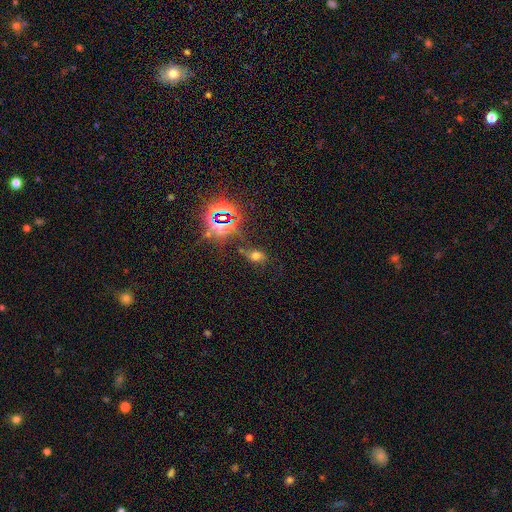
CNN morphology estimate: Smooth or featured: smooth — 46% (star or artifact — 41%)
Merging: none — 59% (minor disturbance — 21%)